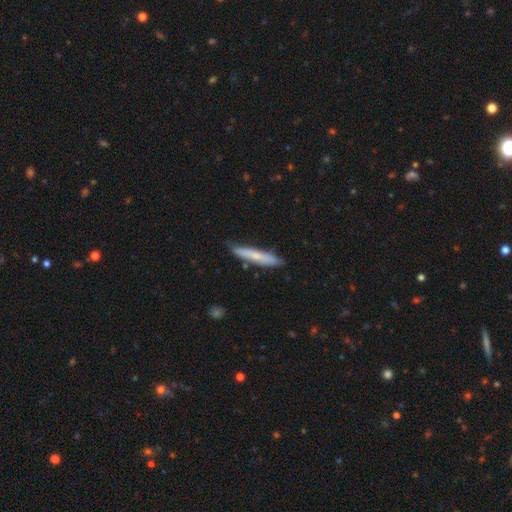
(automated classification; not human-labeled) A smooth galaxy with no disk features (61%) that is cigar-shaped (92%). Merging: none (79%).